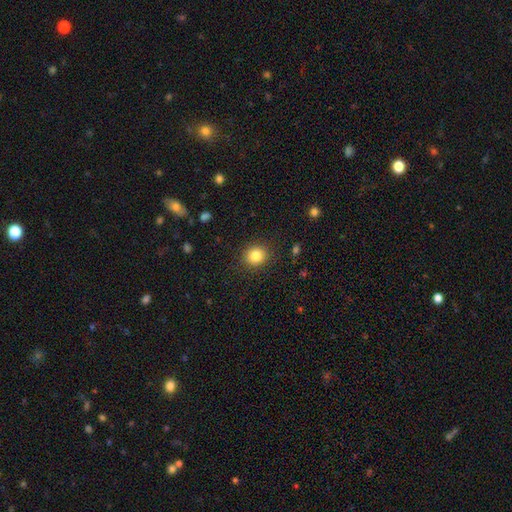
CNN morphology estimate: Smooth or featured?
  - smooth: 84% *
  - star or artifact: 10%
  - featured or disk: 5%
How rounded?
  - round: 80% *
  - in between: 19%
  - cigar-shaped: 1%
Merging?
  - none: 88% *
  - minor disturbance: 8%
  - major disturbance: 3%
  - merger: 1%